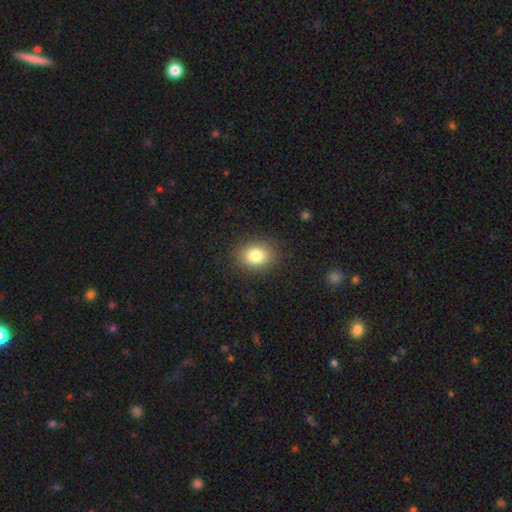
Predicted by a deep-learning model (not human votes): The model was most divided on "how rounded": round: 50%, in between: 49%, cigar-shaped: 1%. More confident: merging — none (87%); smooth or featured — smooth (82%).